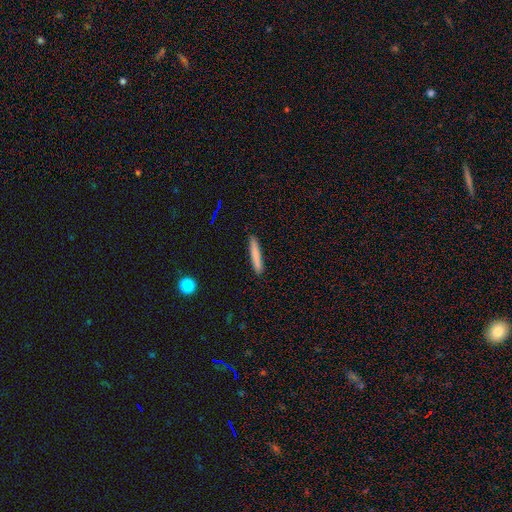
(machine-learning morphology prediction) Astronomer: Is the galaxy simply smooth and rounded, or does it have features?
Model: smooth — 80%.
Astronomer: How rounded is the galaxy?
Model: cigar-shaped — 94%.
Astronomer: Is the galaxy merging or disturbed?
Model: none — 90%.